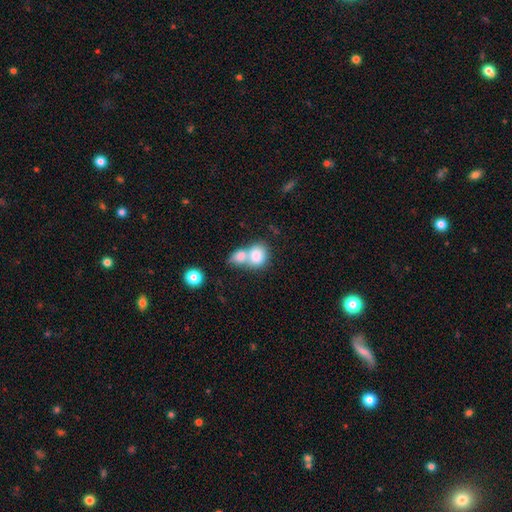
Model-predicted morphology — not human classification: type=smooth (79%); roundness=round (54%); merging=merger (68%).